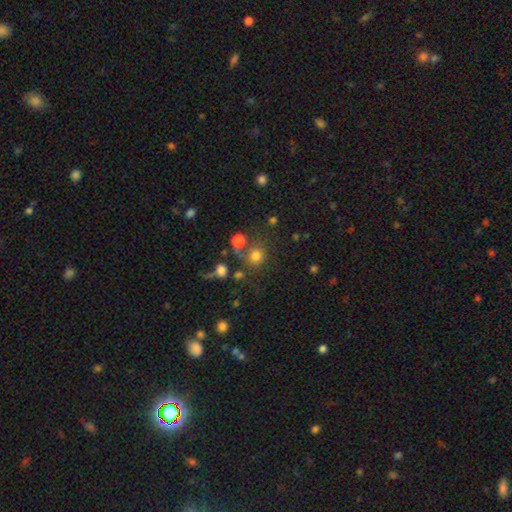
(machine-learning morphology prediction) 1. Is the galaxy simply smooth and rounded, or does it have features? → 76% smooth, 16% star or artifact, 8% featured or disk.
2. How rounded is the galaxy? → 86% round, 13% in between, 1% cigar-shaped.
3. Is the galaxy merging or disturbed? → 61% none, 18% merger, 12% minor disturbance, 9% major disturbance.